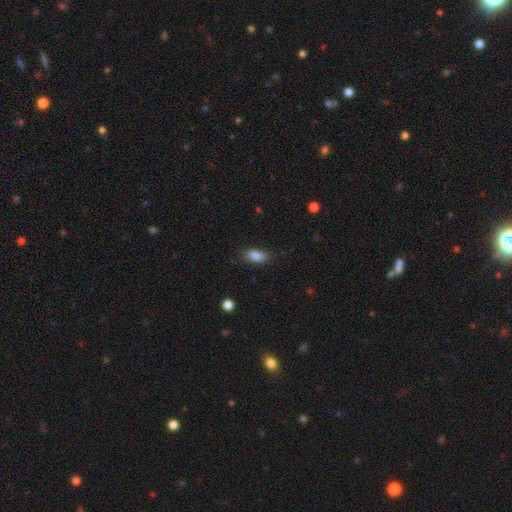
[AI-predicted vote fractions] A smooth galaxy with no disk features (86%) that is in between round and cigar-shaped (87%).

Vote fractions:
- Smooth or featured? smooth: 86% / star or artifact: 8% / featured or disk: 5%
- How rounded? in between: 87% / cigar-shaped: 6% / round: 6%
- Merging? none: 80% / minor disturbance: 15% / major disturbance: 4% / merger: 1%